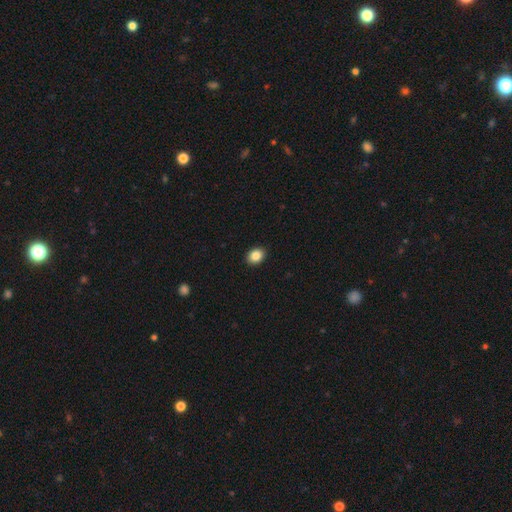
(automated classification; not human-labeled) This appears to be a smooth galaxy with no disk features (87%) that is in between round and cigar-shaped (60%). Merging: none (92%).